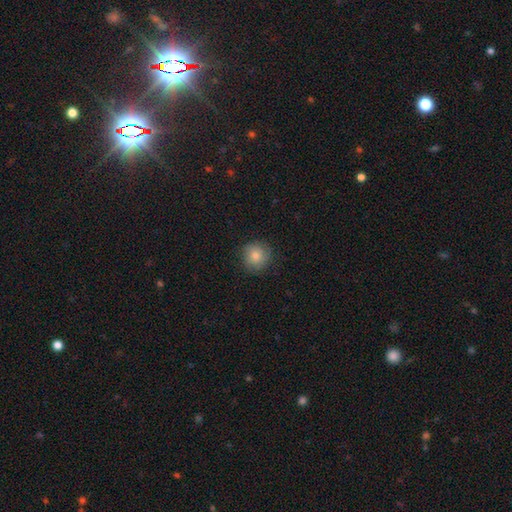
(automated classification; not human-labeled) Smooth or featured? Predicted: smooth (p=0.83). How rounded? Predicted: round (p=0.92). Merging? Predicted: none (p=0.84).